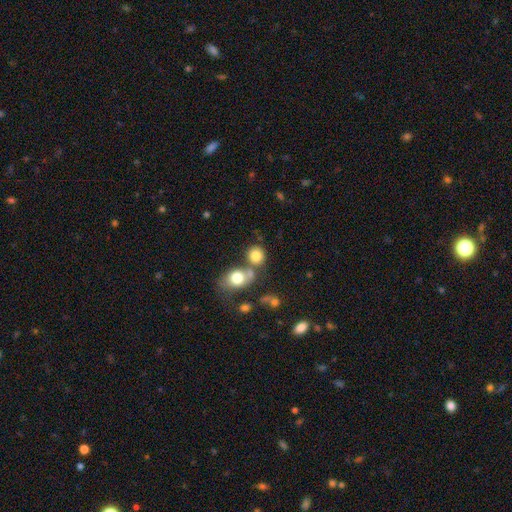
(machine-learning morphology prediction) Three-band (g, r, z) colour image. It shows a smooth galaxy with no disk features (81%) that is round (76%). Merging: none (50%).